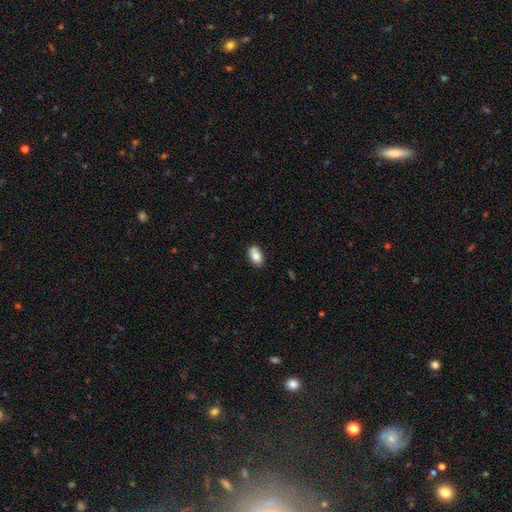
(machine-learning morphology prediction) Smooth or featured? Predicted: smooth (p=0.83). How rounded? Predicted: in between (p=0.90). Merging? Predicted: none (p=0.77).